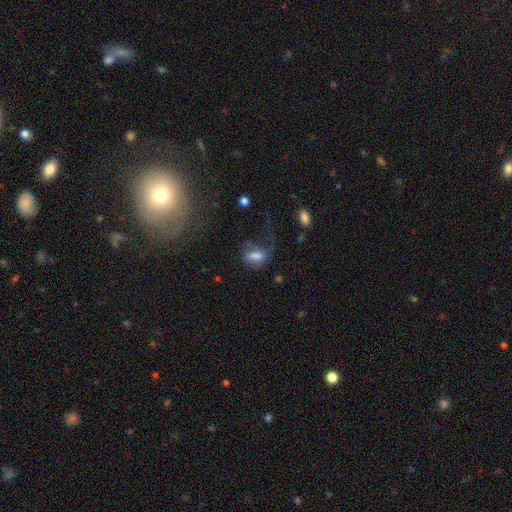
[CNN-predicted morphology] Smooth or featured? Predicted: smooth (p=0.59). How rounded? Predicted: in between (p=0.81). Merging? Predicted: major disturbance (p=0.49).